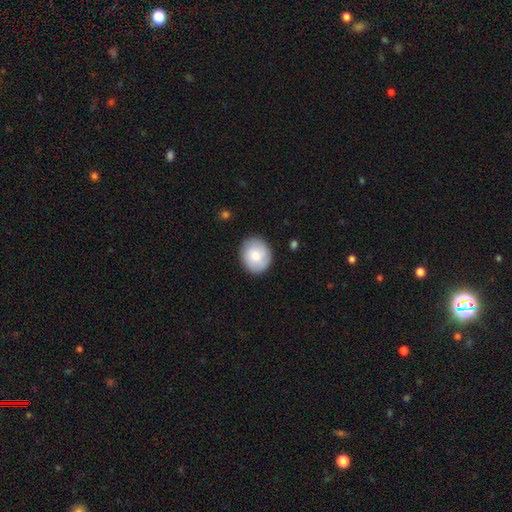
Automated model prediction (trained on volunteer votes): Q: Smooth or featured?
A: smooth (78%); runner-up: featured or disk (16%)
Q: How rounded?
A: round (67%); runner-up: in between (32%)
Q: Merging?
A: none (86%); runner-up: minor disturbance (11%)